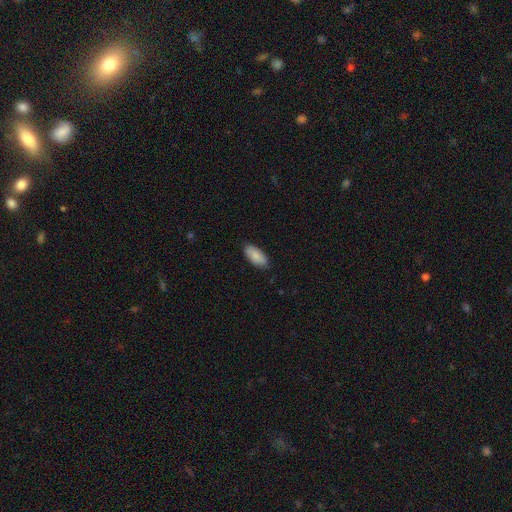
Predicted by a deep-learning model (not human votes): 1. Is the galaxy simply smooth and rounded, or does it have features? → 86% smooth, 9% featured or disk, 6% star or artifact.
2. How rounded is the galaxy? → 90% in between, 9% cigar-shaped, 2% round.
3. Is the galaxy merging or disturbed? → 85% none, 12% minor disturbance, 2% major disturbance, 1% merger.